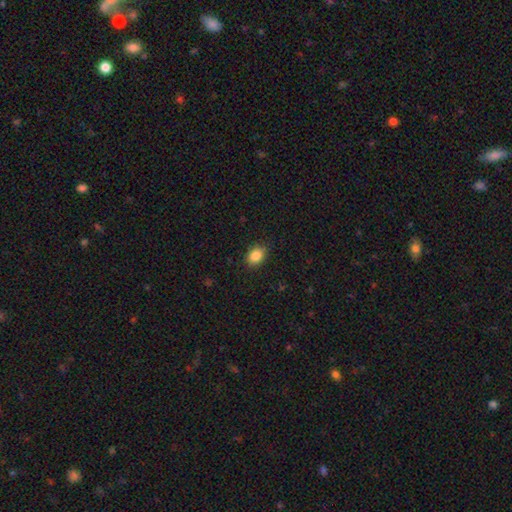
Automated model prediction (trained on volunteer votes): A smooth galaxy with no disk features (87%) that is in between round and cigar-shaped (69%). Merging: none (86%).